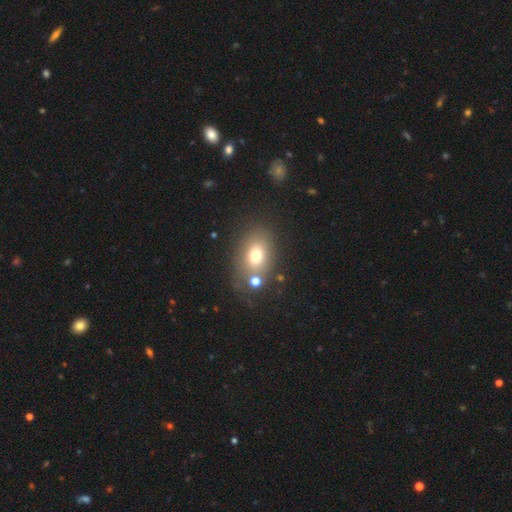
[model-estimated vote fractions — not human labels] This appears to be a smooth galaxy with no disk features (71%) that is in between round and cigar-shaped (68%). Merging: none (67%).